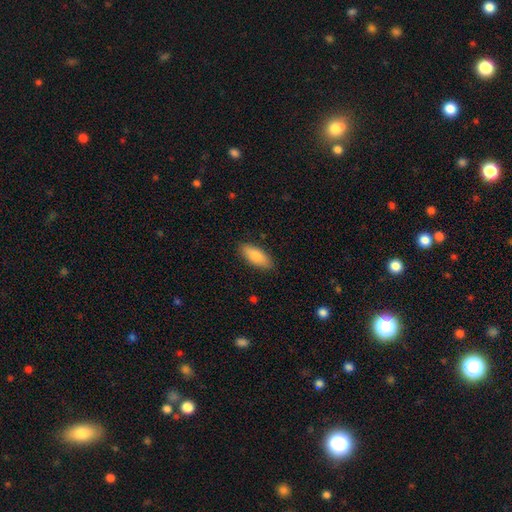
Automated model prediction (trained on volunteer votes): This is clearly a smooth galaxy (83%). How rounded: clearly in between (81%). Merging: clearly none (86%).